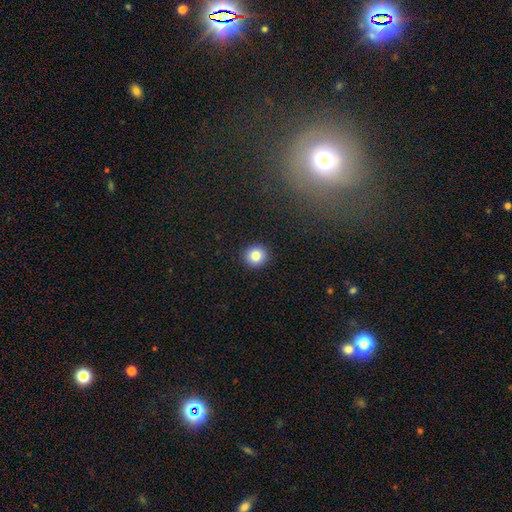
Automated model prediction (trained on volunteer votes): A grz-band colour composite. It shows a smooth galaxy with no disk features (83%) that is round (93%). Merging: none (93%).